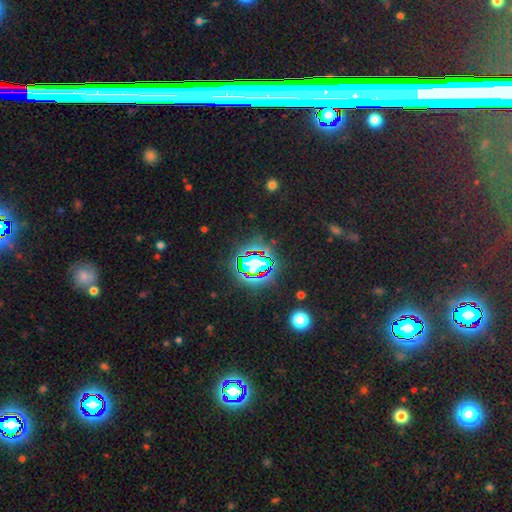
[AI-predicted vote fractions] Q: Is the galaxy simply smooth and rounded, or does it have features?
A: star or artifact — 78%.